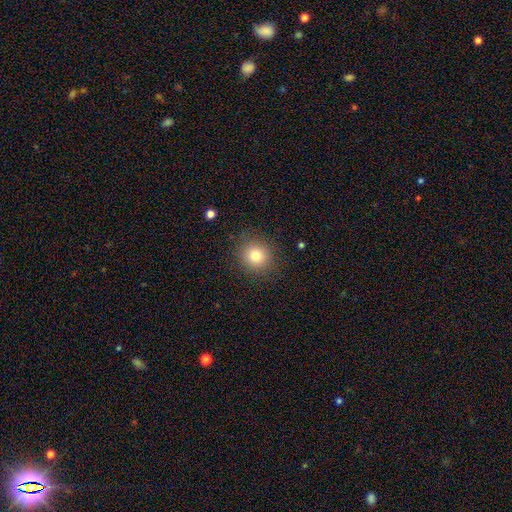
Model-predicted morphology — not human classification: Q: Smooth or featured?
A: smooth (79%); runner-up: star or artifact (12%)
Q: How rounded?
A: round (87%); runner-up: in between (12%)
Q: Merging?
A: none (87%); runner-up: minor disturbance (9%)